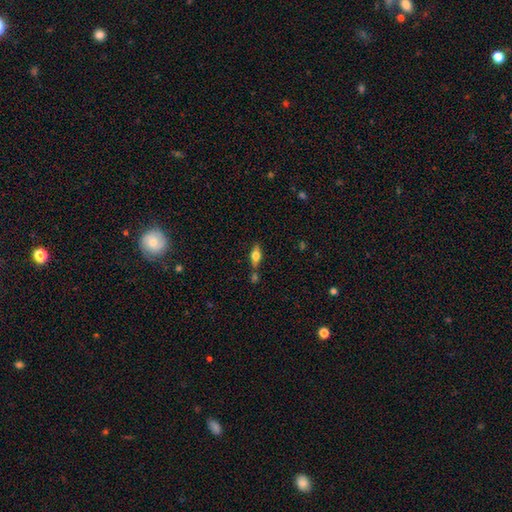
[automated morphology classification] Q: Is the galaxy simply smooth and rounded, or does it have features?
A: smooth — 53%.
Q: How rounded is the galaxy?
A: in between — 66%.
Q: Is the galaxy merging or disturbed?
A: none — 68%.